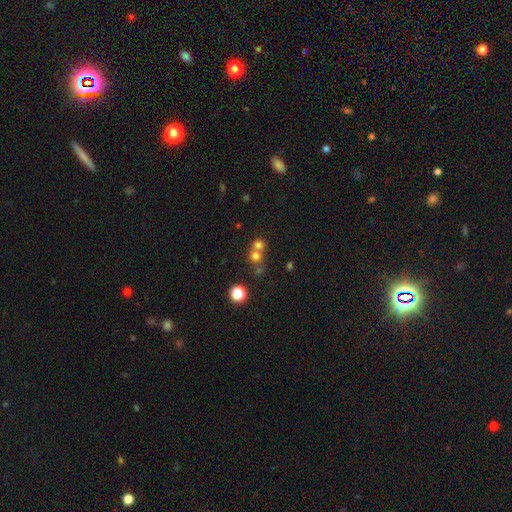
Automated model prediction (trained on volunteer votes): A smooth galaxy with no disk features (70%) that is round (85%). Merging: merger (52%).